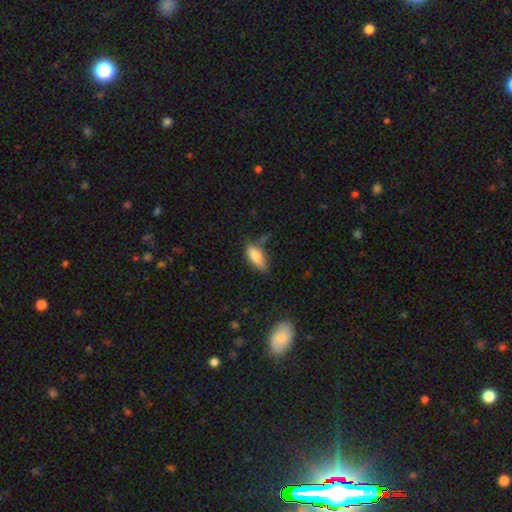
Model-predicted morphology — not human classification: Smooth or featured: smooth — 76% (featured or disk — 16%)
How rounded: in between — 77% (cigar-shaped — 20%)
Merging: none — 52% (minor disturbance — 30%)